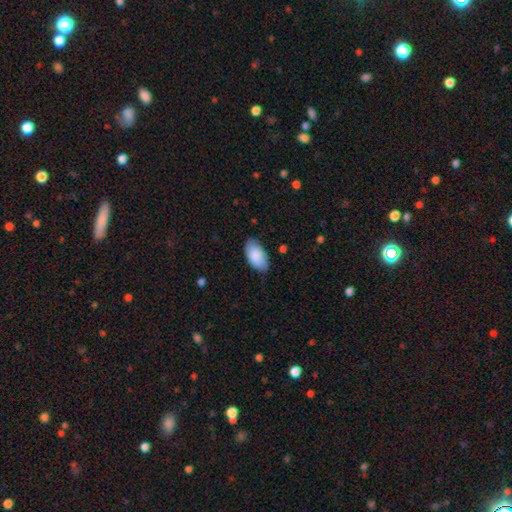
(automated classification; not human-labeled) Smooth or featured?
  - smooth: 86% *
  - featured or disk: 8%
  - star or artifact: 6%
How rounded?
  - in between: 96% *
  - round: 2%
  - cigar-shaped: 2%
Merging?
  - none: 75% *
  - minor disturbance: 20%
  - major disturbance: 3%
  - merger: 1%